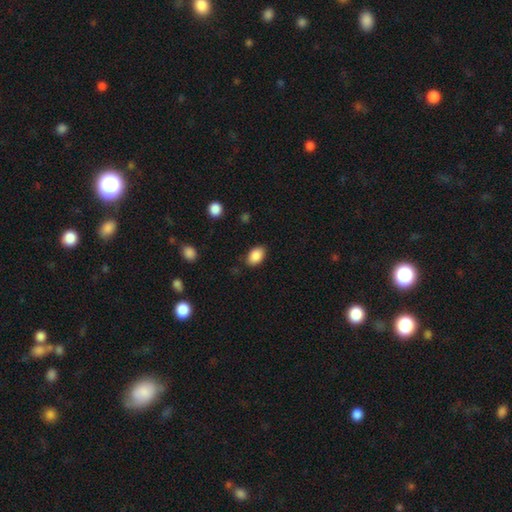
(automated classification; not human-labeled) Smooth or featured: smooth — 88% (star or artifact — 8%)
How rounded: in between — 86% (round — 13%)
Merging: none — 84% (minor disturbance — 12%)